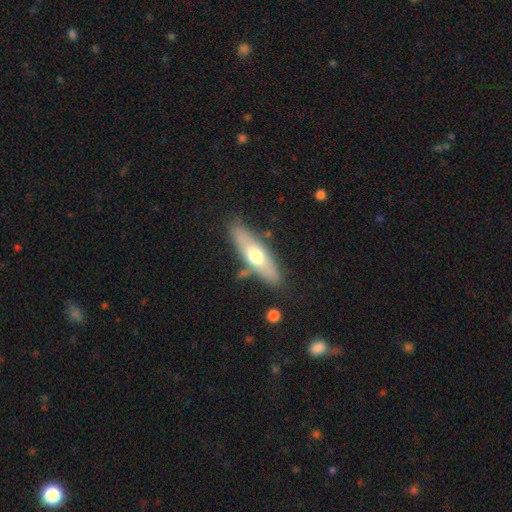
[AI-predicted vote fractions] Smooth or featured: smooth — 55% (featured or disk — 40%)
How rounded: cigar-shaped — 57% (in between — 41%)
Merging: none — 77% (minor disturbance — 14%)